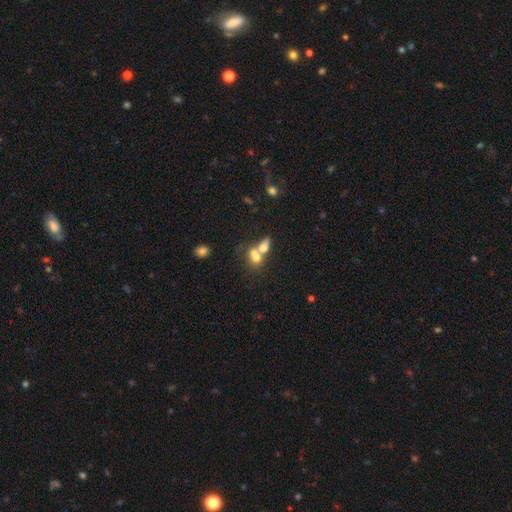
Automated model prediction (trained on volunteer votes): smooth 66%, featured or disk 22%, star or artifact 12%. Down the decision tree: how rounded — in between (60%); merging — merger (65%).